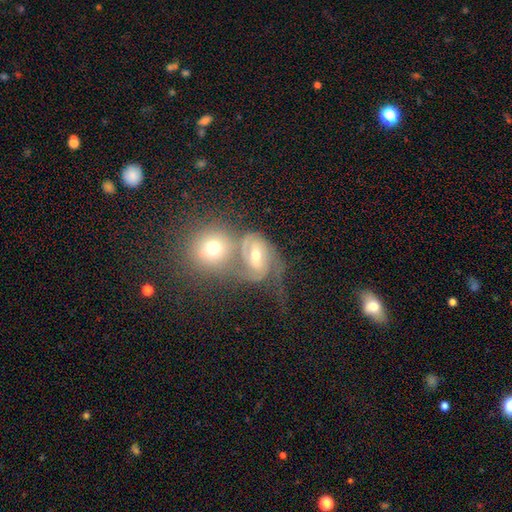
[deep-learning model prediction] Smooth or featured? featured or disk (71%)
Edge-on disk? no (96%)
Bar? weak (41%)
Spiral arms? yes (91%)
Spiral winding? medium (45%)
Spiral arm count? 2 (70%)
Bulge size? moderate (65%)
Merging? merger (46%)